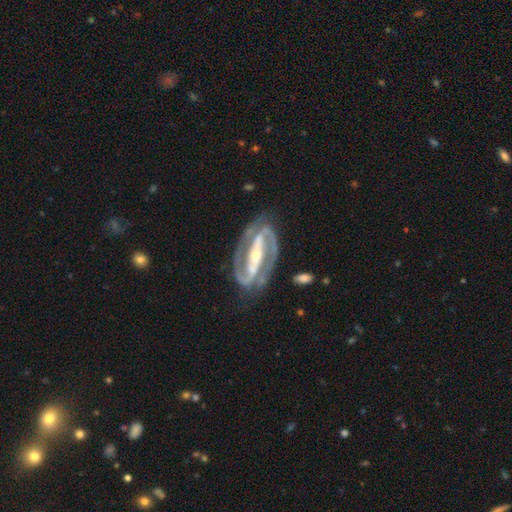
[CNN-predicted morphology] type=featured or disk (93%); edge-on=no (96%); bar=strong (82%); spiral arms=yes (97%); winding=tight (46%, tied with medium); arm count=2 (94%); bulge=small (54%); merging=none (81%).